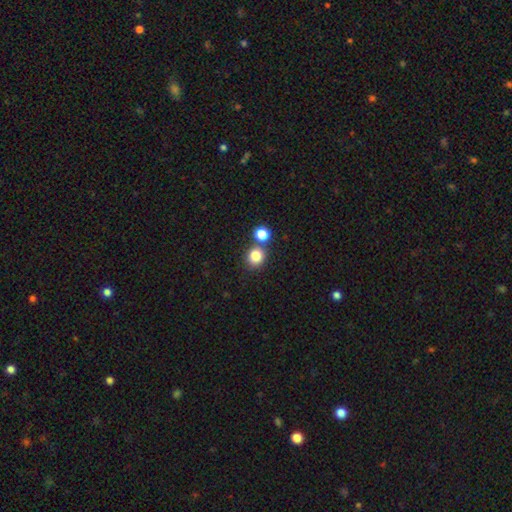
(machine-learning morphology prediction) Smooth or featured?
  - smooth: 83% *
  - star or artifact: 12%
  - featured or disk: 6%
How rounded?
  - round: 83% *
  - in between: 16%
  - cigar-shaped: 1%
Merging?
  - none: 67% *
  - merger: 23%
  - minor disturbance: 8%
  - major disturbance: 3%